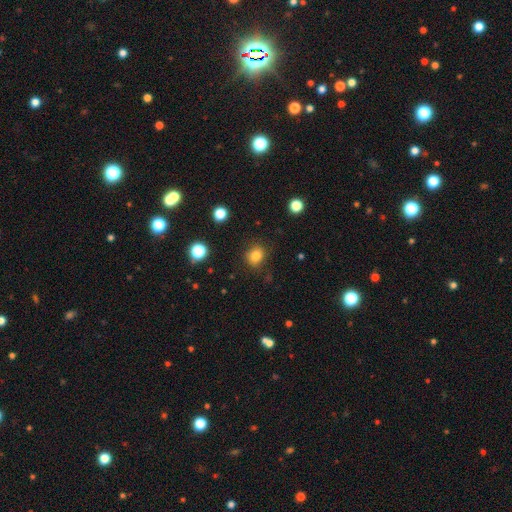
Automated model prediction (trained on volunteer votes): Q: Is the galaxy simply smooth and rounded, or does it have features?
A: smooth — 81%.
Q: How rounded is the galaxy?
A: round — 75%.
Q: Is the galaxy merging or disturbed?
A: none — 86%.